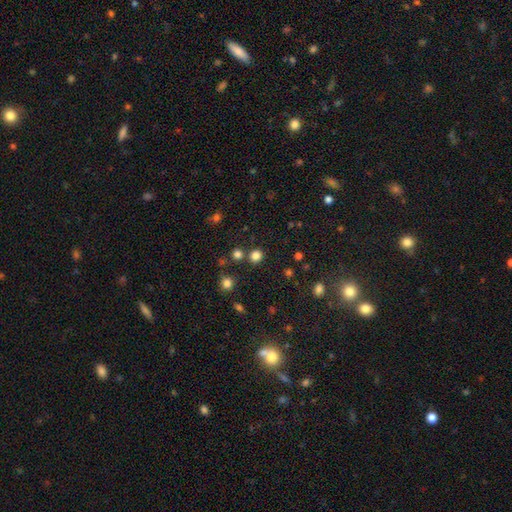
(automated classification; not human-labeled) smooth_or_featured: smooth (p=0.79) [alt: star or artifact p=0.17]
how_rounded: round (p=0.84) [alt: in between p=0.15]
merging: none (p=0.81) [alt: merger p=0.09]